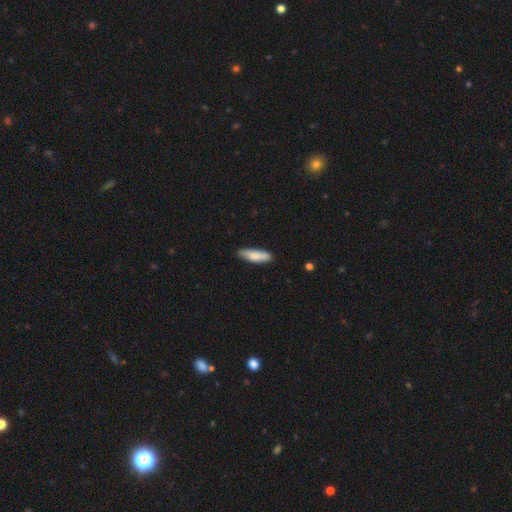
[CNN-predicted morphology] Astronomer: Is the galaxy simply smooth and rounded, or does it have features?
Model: smooth — 82%.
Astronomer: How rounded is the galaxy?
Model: cigar-shaped — 57% (runner-up: in between, 42%).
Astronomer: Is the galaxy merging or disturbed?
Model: none — 85%.